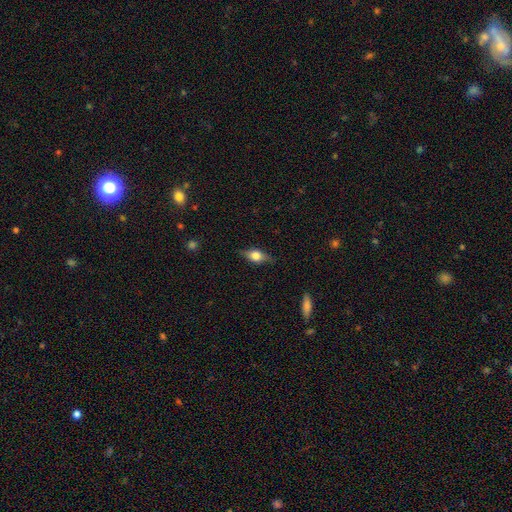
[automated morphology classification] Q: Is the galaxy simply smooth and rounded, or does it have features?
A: smooth — 47%.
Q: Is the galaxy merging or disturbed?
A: none — 81%.